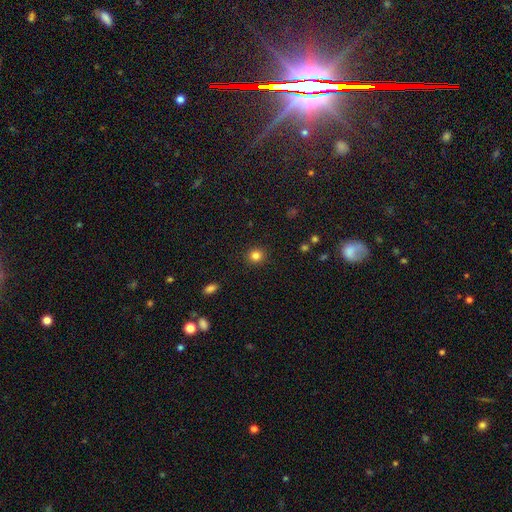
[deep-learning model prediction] Smooth or featured?
  - smooth: 83% *
  - star or artifact: 12%
  - featured or disk: 5%
How rounded?
  - round: 90% *
  - in between: 9%
  - cigar-shaped: 1%
Merging?
  - none: 92% *
  - minor disturbance: 5%
  - major disturbance: 2%
  - merger: 1%